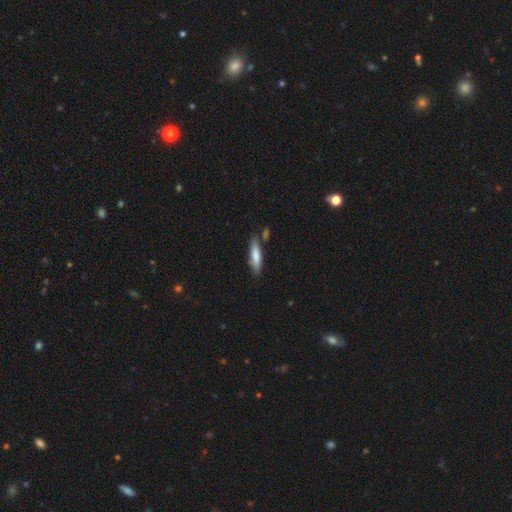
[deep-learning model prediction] Q: Smooth or featured?
A: smooth (74%); runner-up: featured or disk (20%)
Q: How rounded?
A: cigar-shaped (72%); runner-up: in between (26%)
Q: Merging?
A: none (74%); runner-up: minor disturbance (16%)